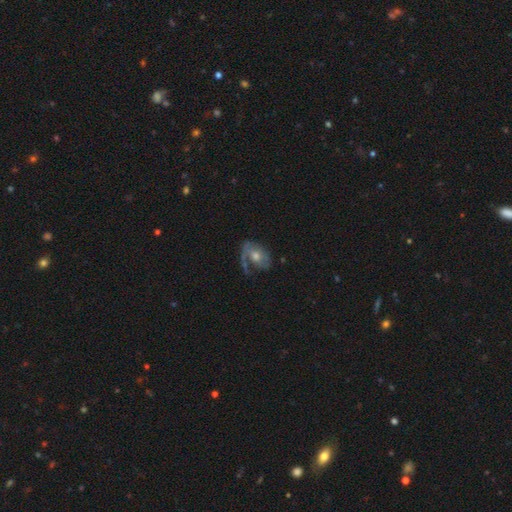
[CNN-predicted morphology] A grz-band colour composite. It shows a featured or disk galaxy (71%) with no bar (73%), 1 (50%) medium (39%) spiral arms (81%) and a moderate central bulge (64%). Merging: none (49%).